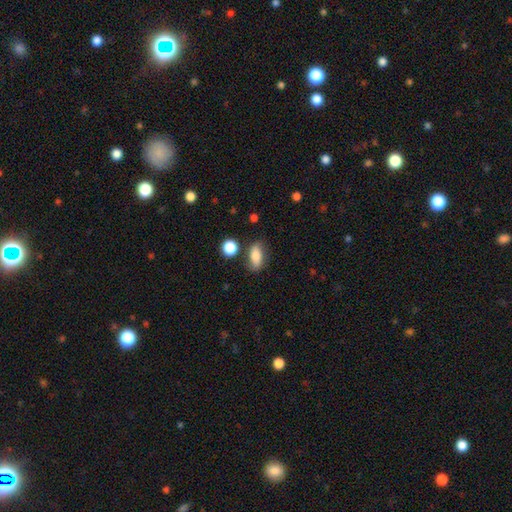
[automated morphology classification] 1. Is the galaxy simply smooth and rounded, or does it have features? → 72% smooth, 18% featured or disk, 9% star or artifact.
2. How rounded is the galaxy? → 80% in between, 11% cigar-shaped, 10% round.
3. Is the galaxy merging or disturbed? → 69% none, 19% minor disturbance, 6% merger, 5% major disturbance.